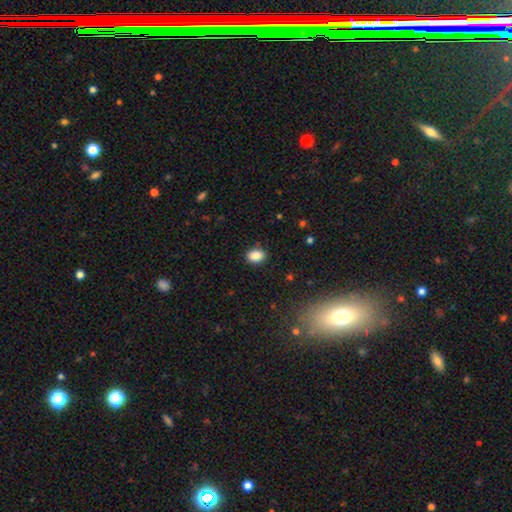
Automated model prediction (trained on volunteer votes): Smooth or featured: smooth — 88% (star or artifact — 9%)
How rounded: in between — 71% (round — 28%)
Merging: none — 88% (minor disturbance — 9%)